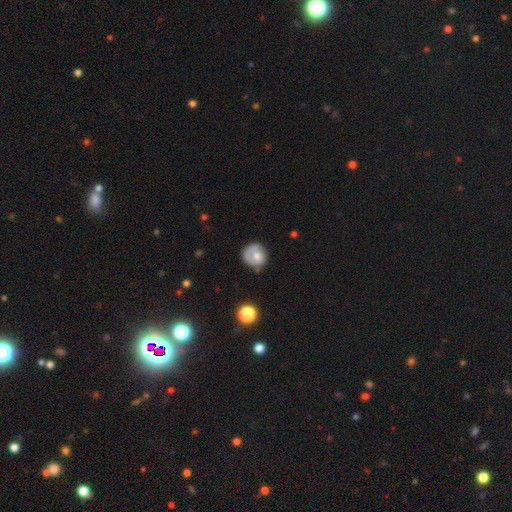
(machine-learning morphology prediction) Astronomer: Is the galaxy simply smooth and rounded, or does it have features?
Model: smooth — 54% (runner-up: featured or disk, 39%).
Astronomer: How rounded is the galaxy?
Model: round — 81%.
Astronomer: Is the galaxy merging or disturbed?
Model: none — 57%.